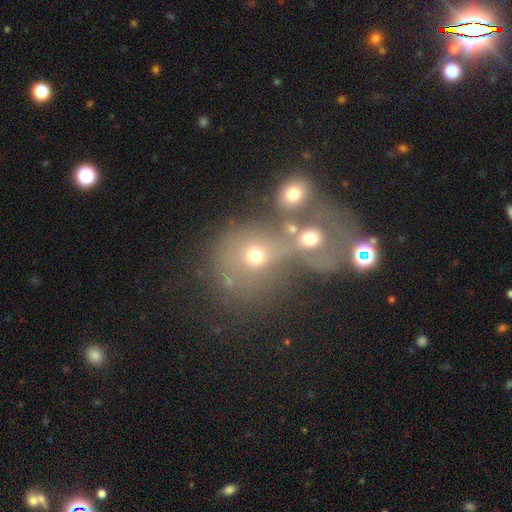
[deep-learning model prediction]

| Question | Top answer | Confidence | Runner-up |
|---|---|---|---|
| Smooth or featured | smooth | 59% | featured or disk (22%) |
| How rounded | round | 70% | in between (28%) |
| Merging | merger | 61% | none (23%) |